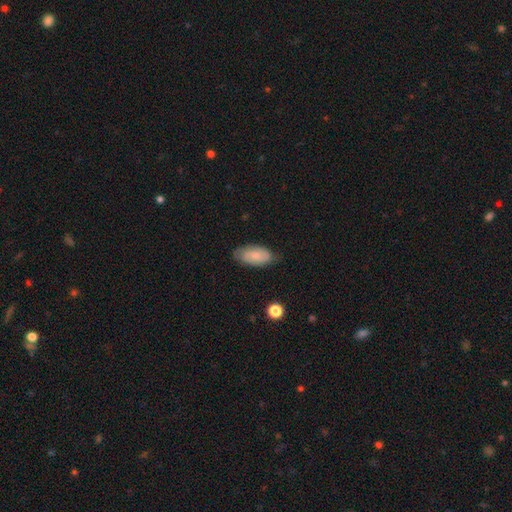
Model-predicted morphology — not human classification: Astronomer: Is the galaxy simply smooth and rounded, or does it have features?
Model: smooth — 60%.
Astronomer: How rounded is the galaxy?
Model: in between — 92%.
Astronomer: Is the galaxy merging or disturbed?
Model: none — 72%.